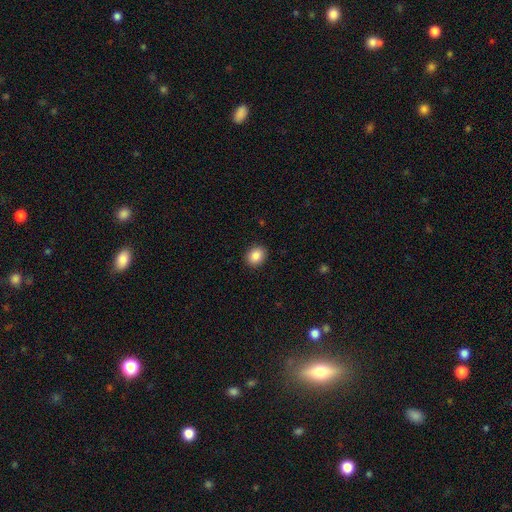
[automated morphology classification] Smooth or featured: smooth — 87% (star or artifact — 9%)
How rounded: round — 56% (in between — 43%)
Merging: none — 91% (minor disturbance — 7%)